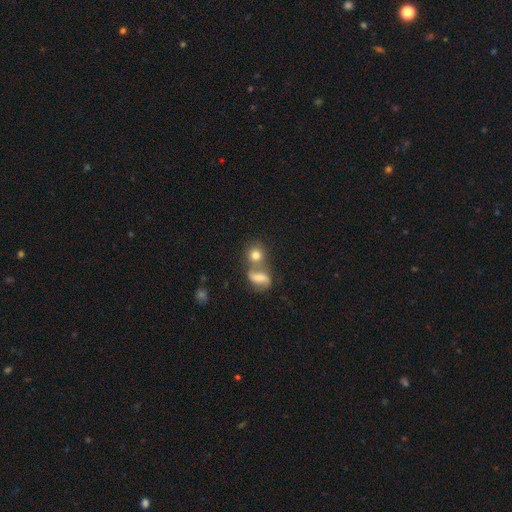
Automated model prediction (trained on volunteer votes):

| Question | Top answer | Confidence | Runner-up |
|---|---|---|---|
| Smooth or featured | smooth | 73% | featured or disk (17%) |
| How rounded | round | 79% | in between (19%) |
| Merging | none | 46% | merger (40%) |